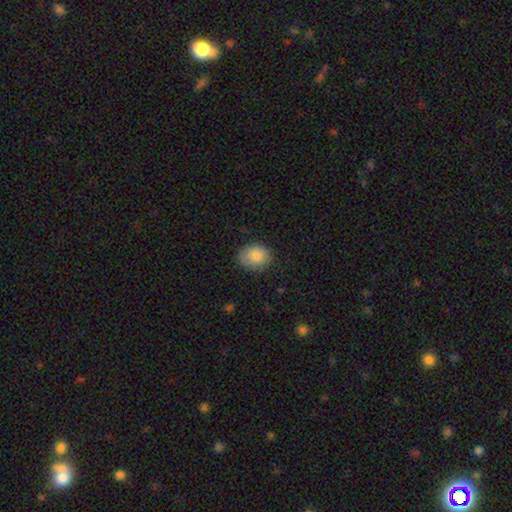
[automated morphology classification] This is clearly a smooth galaxy (86%). How rounded: possibly in between (56%). Merging: likely none (79%).